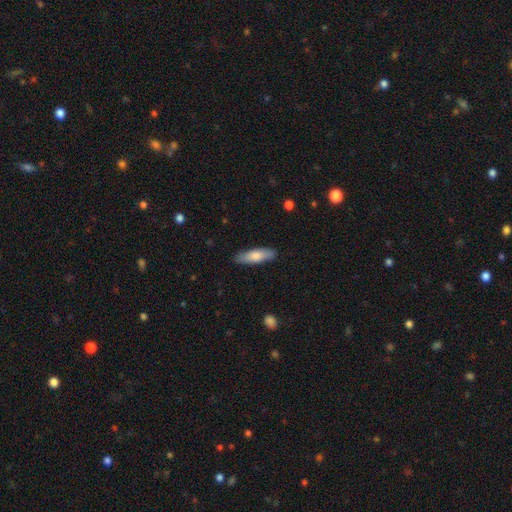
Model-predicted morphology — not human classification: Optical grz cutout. It shows a smooth galaxy with no disk features (74%) that is cigar-shaped (55%). Merging: none (88%).